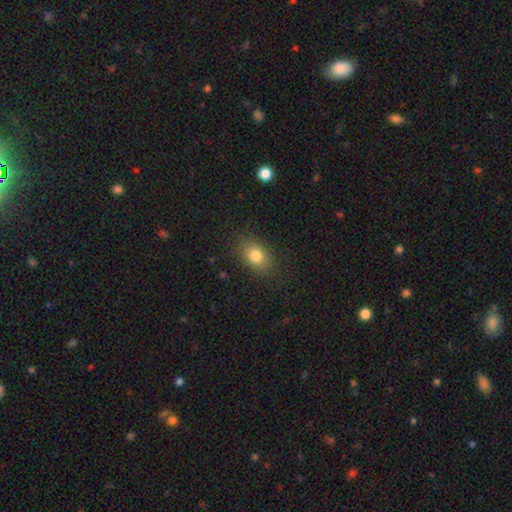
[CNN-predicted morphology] Smooth or featured: smooth — 81% (star or artifact — 10%)
How rounded: in between — 75% (round — 23%)
Merging: none — 84% (minor disturbance — 11%)